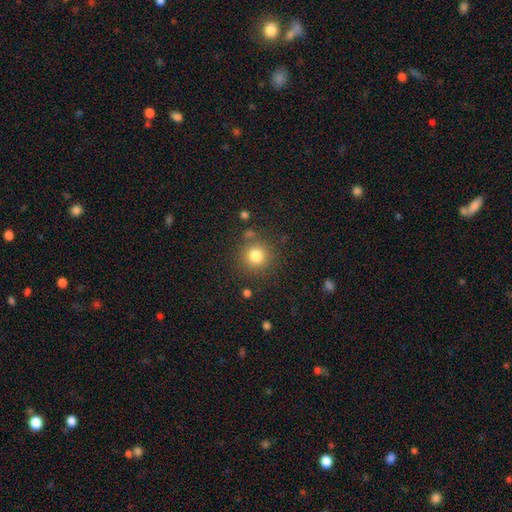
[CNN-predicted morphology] Overall: smooth (80%). How rounded: round (93%). Merging: none (83%).